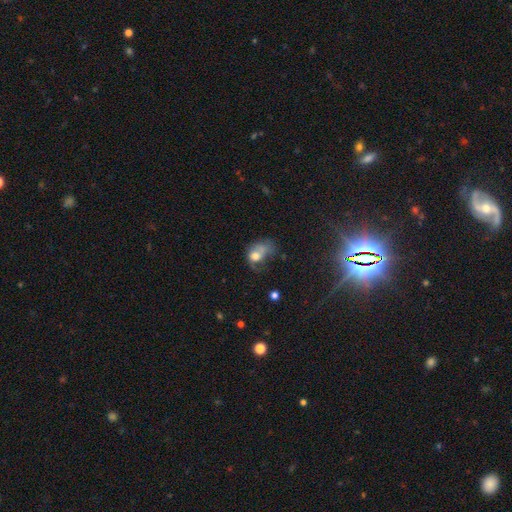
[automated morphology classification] This appears to be a smooth galaxy with no disk features (62%) that is in between round and cigar-shaped (61%). Merging: major disturbance (44%).